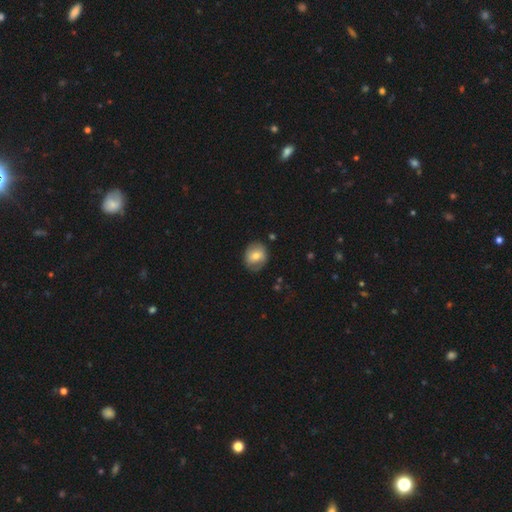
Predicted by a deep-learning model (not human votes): A smooth galaxy with no disk features (64%) that is round (62%). Merging: none (72%).